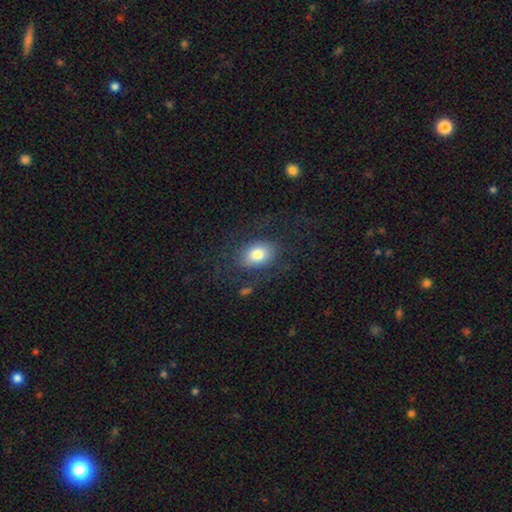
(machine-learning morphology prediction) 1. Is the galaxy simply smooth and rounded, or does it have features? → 75% smooth, 16% featured or disk, 9% star or artifact.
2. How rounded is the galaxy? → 77% in between, 22% round, 1% cigar-shaped.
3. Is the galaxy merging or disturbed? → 73% none, 15% minor disturbance, 10% major disturbance, 2% merger.